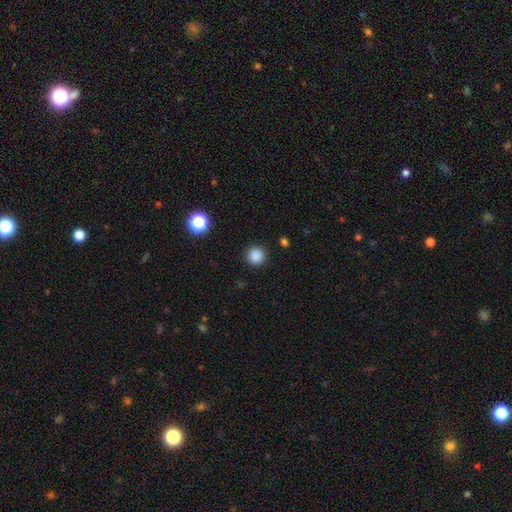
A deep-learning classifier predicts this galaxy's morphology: smooth-or-featured: smooth: 86% | star or artifact: 12% | featured or disk: 3%
  how-rounded: round: 95% | in between: 4% | cigar-shaped: 1%
  merging: none: 91% | minor disturbance: 6% | major disturbance: 2% | merger: 1%